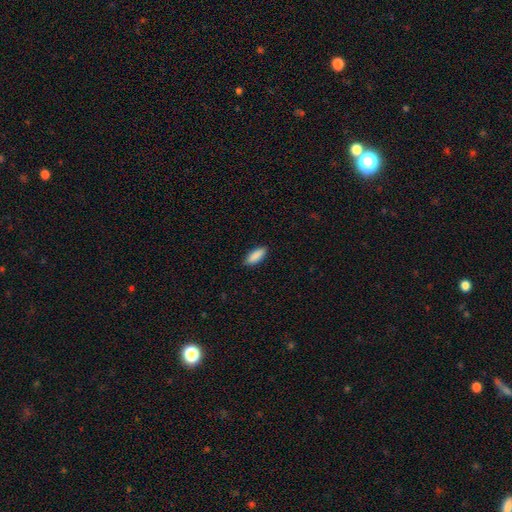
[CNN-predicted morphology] smooth_or_featured: smooth (p=0.90) [alt: star or artifact p=0.06]
how_rounded: in between (p=0.72) [alt: cigar-shaped p=0.26]
merging: none (p=0.88) [alt: minor disturbance p=0.09]